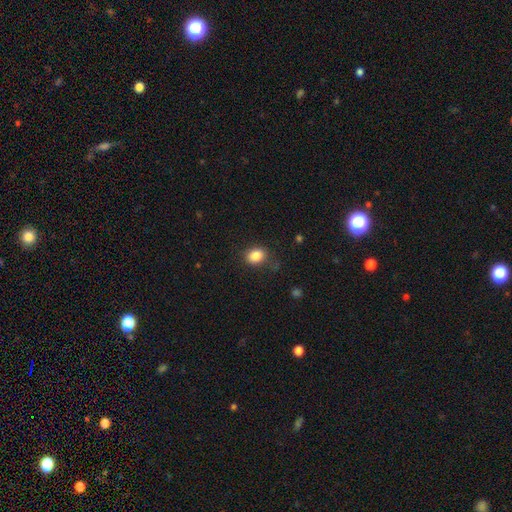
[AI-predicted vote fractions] This appears to be a smooth galaxy with no disk features (85%) that is in between round and cigar-shaped (56%). Merging: none (77%).